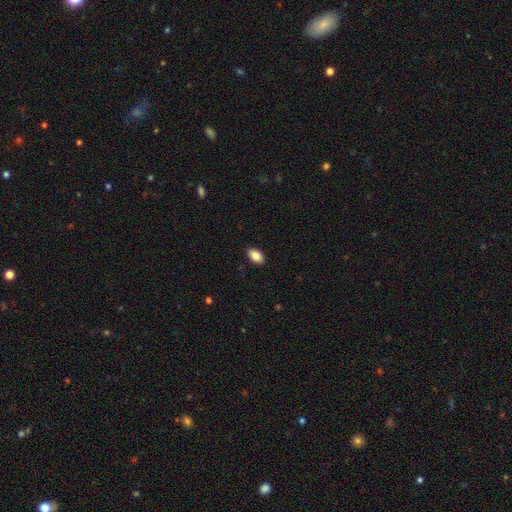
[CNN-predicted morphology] smooth 86%, star or artifact 7%, featured or disk 7%. Down the decision tree: how rounded — in between (92%); merging — none (90%).